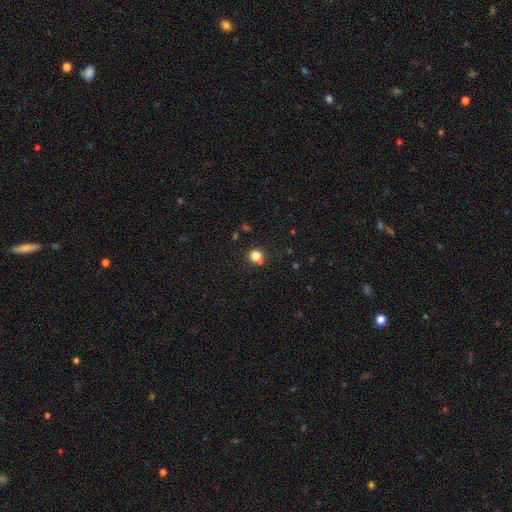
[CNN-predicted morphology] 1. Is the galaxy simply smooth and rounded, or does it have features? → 78% smooth, 14% star or artifact, 8% featured or disk.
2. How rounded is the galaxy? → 89% round, 10% in between, 1% cigar-shaped.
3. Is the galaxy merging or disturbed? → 68% none, 18% merger, 10% minor disturbance, 4% major disturbance.